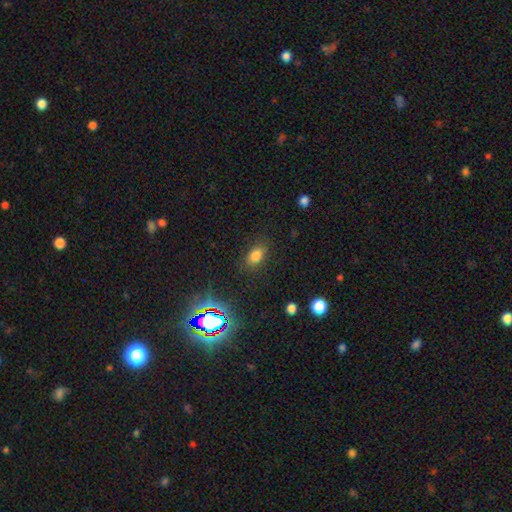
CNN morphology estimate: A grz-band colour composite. It shows a smooth galaxy with no disk features (76%) that is in between round and cigar-shaped (81%). Merging: none (81%).